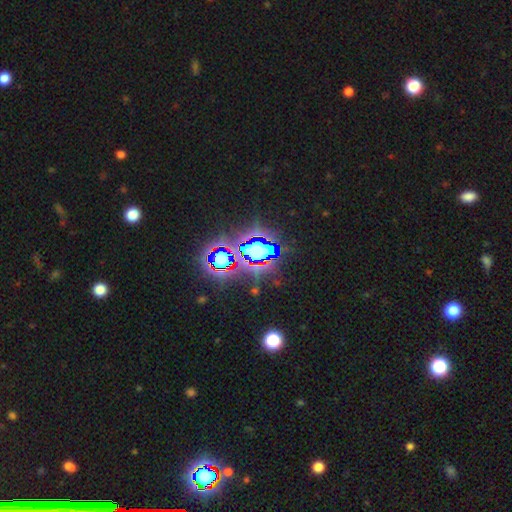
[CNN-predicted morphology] The model was most divided on "smooth or featured": star or artifact: 79%, smooth: 11%, featured or disk: 10%.